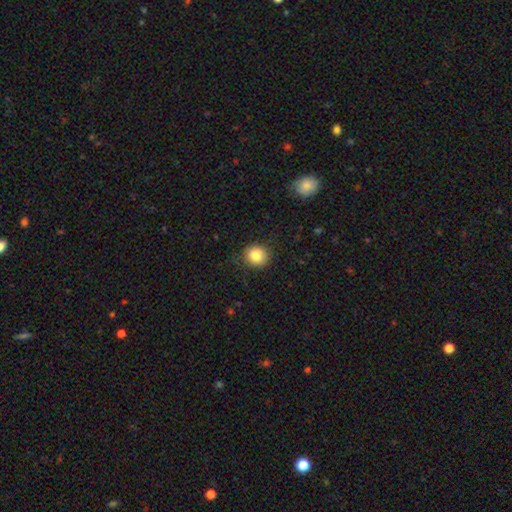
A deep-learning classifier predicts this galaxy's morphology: Q: Smooth or featured?
A: smooth (83%); runner-up: star or artifact (10%)
Q: How rounded?
A: round (83%); runner-up: in between (17%)
Q: Merging?
A: none (84%); runner-up: minor disturbance (12%)